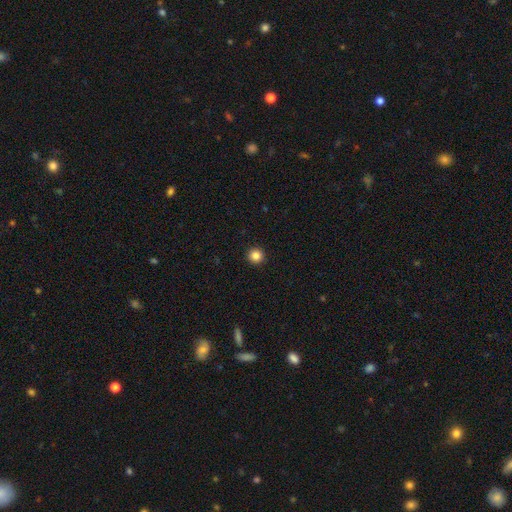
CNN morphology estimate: Q: Smooth or featured?
A: smooth (85%); runner-up: star or artifact (11%)
Q: How rounded?
A: round (95%); runner-up: in between (4%)
Q: Merging?
A: none (94%); runner-up: minor disturbance (4%)